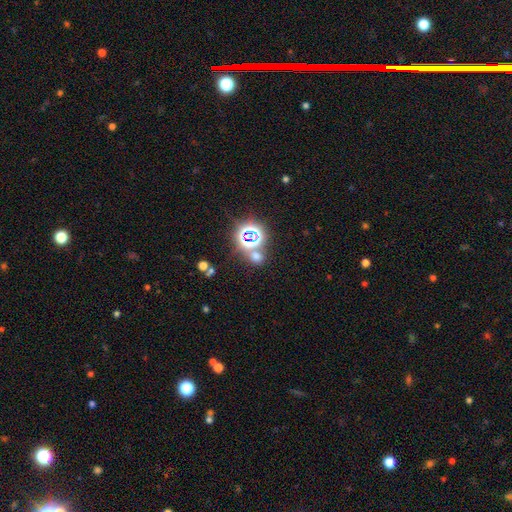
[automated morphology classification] Overall: star or artifact (47%; smooth 45%).